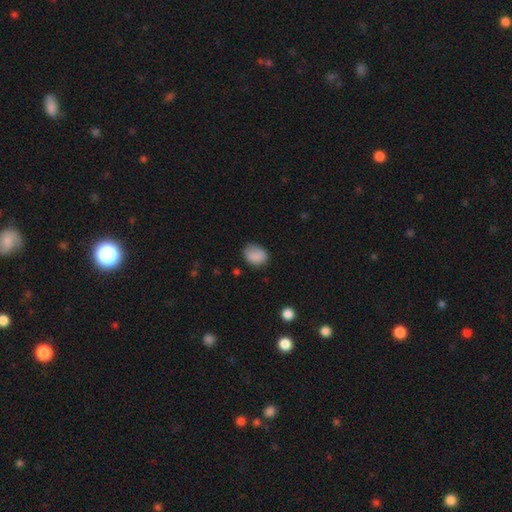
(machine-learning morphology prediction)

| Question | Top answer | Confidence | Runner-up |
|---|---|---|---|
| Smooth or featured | smooth | 85% | star or artifact (9%) |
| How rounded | in between | 57% | round (41%) |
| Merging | none | 73% | minor disturbance (21%) |